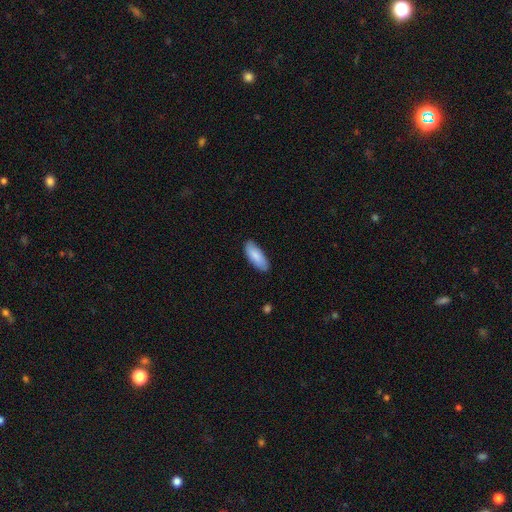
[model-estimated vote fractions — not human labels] Smooth or featured?
  - smooth: 87% *
  - featured or disk: 8%
  - star or artifact: 5%
How rounded?
  - in between: 77% *
  - cigar-shaped: 21%
  - round: 1%
Merging?
  - none: 85% *
  - minor disturbance: 12%
  - major disturbance: 2%
  - merger: 1%